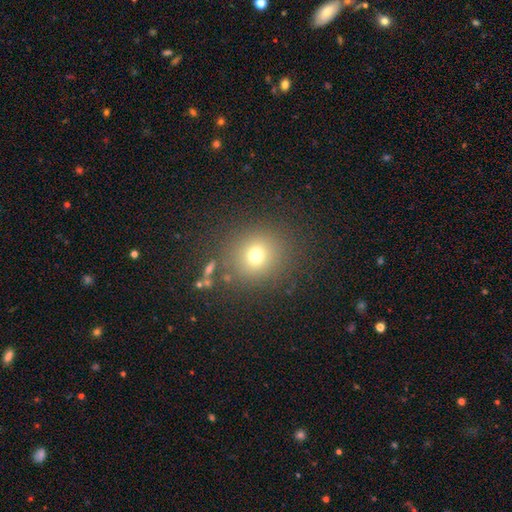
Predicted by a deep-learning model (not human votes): Morphology: type=smooth (71%); roundness=round (87%); merging=none (83%).